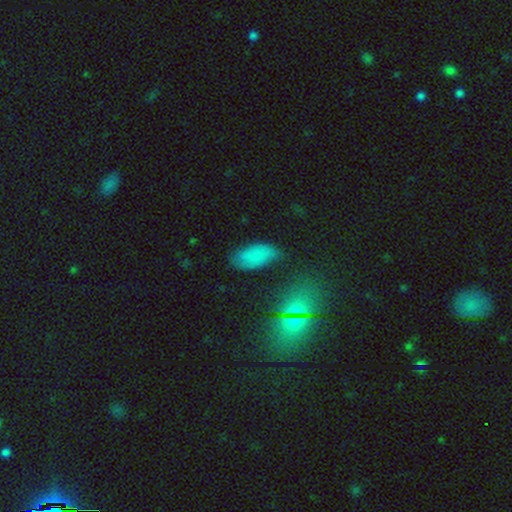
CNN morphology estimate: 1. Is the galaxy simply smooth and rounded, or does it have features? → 70% smooth, 18% featured or disk, 12% star or artifact.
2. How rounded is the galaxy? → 92% in between, 5% cigar-shaped, 3% round.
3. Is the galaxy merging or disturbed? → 65% none, 25% minor disturbance, 7% major disturbance, 3% merger.